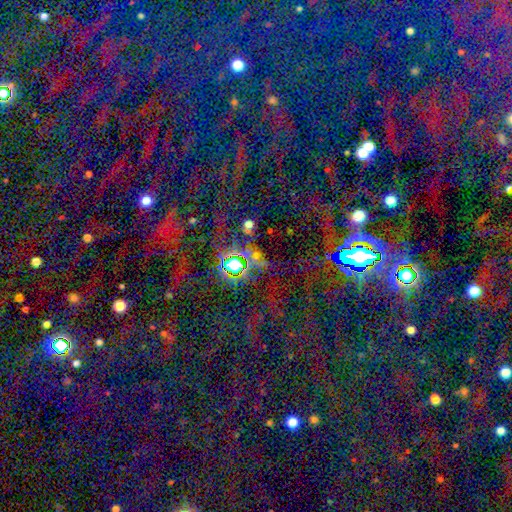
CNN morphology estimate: star or artifact 76%, smooth 16%, featured or disk 8%.